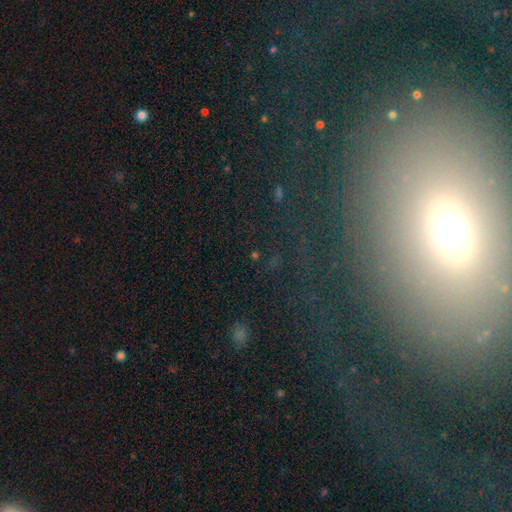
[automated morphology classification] type=star or artifact (65%).